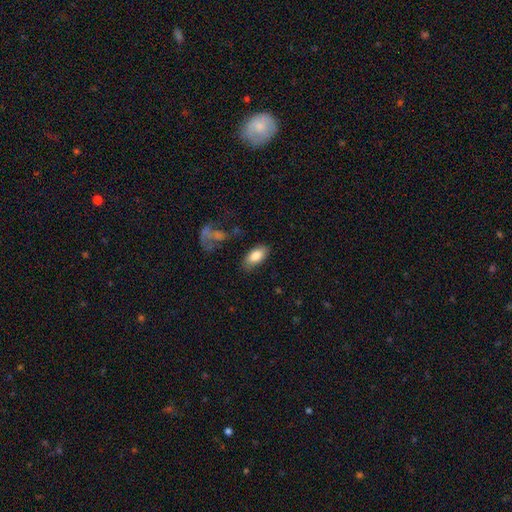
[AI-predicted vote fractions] Smooth or featured: smooth — 83% (featured or disk — 11%)
How rounded: in between — 92% (cigar-shaped — 5%)
Merging: none — 80% (minor disturbance — 14%)